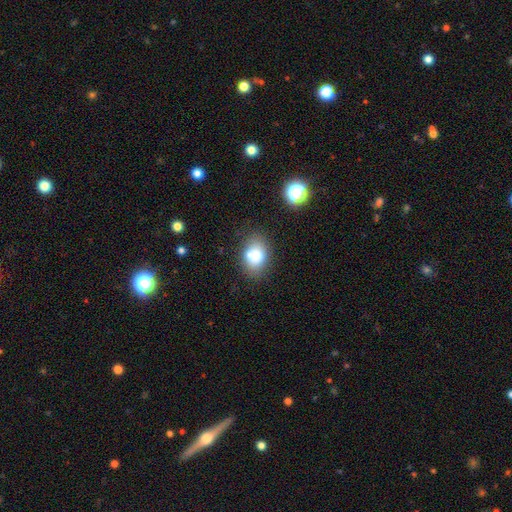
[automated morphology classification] Smooth or featured: smooth — 81% (star or artifact — 10%)
How rounded: in between — 74% (round — 25%)
Merging: none — 68% (minor disturbance — 18%)